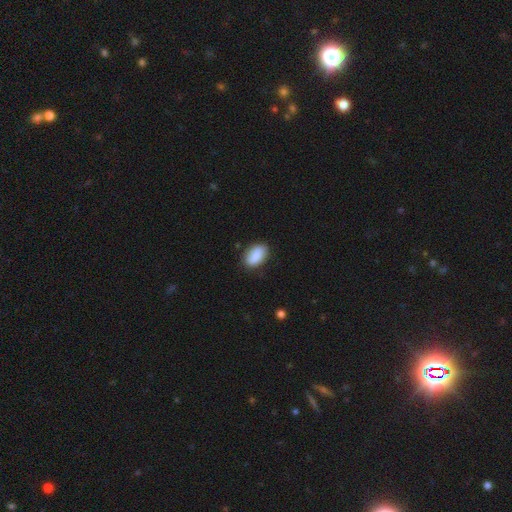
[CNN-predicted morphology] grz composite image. It shows a smooth galaxy with no disk features (88%) that is in between round and cigar-shaped (92%). Merging: none (82%).